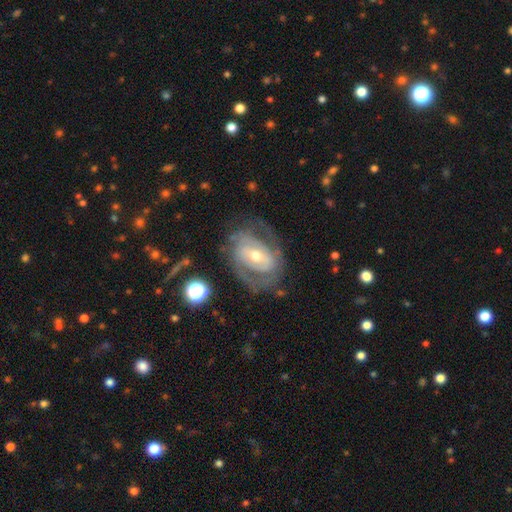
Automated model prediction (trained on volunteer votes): Smooth or featured?
  - featured or disk: 81% *
  - smooth: 13%
  - star or artifact: 6%
Edge-on disk?
  - no: 96% *
  - yes: 4%
Bar?
  - weak: 40% *
  - no: 33%
  - strong: 26%
Spiral arms?
  - yes: 83% *
  - no: 17%
Spiral winding?
  - tight: 48% *
  - medium: 38%
  - loose: 14%
Spiral arm count?
  - 2: 57% *
  - can't tell: 25%
  - 3: 9%
  - 1: 5%
  - 4: 3%
  - more than 4: 2%
Bulge size?
  - moderate: 58% *
  - small: 36%
  - large: 4%
  - none: 1%
  - dominant: 1%
Merging?
  - none: 66% *
  - minor disturbance: 18%
  - major disturbance: 14%
  - merger: 2%